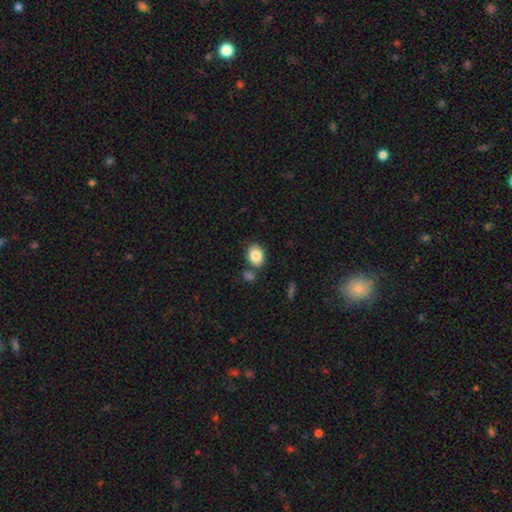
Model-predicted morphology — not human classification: Smooth or featured: smooth — 85% (star or artifact — 8%)
How rounded: in between — 54% (round — 45%)
Merging: none — 75% (merger — 12%)